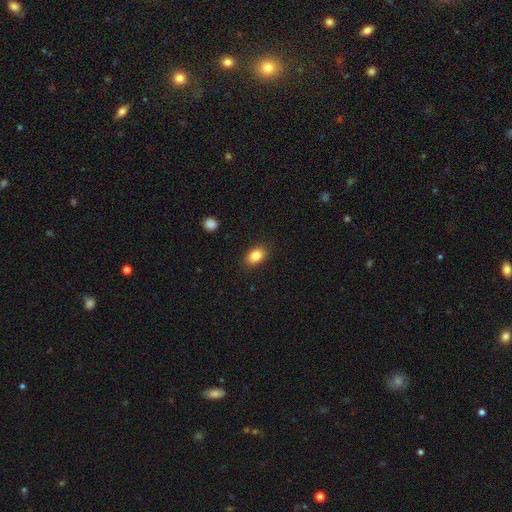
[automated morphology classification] This appears to be a smooth galaxy with no disk features (84%) that is in between round and cigar-shaped (81%). Merging: none (87%).